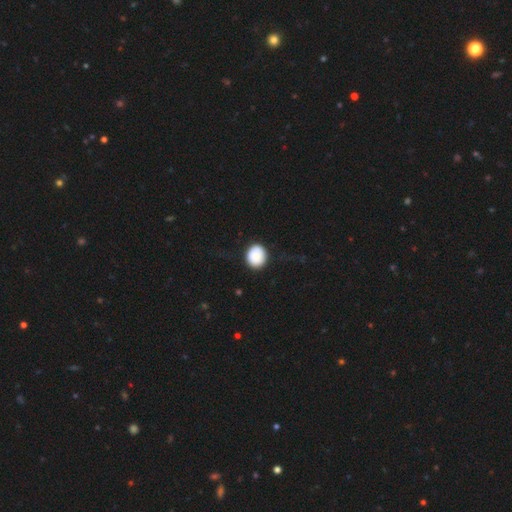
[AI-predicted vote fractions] smooth-or-featured: smooth: 88% | star or artifact: 7% | featured or disk: 5%
  how-rounded: round: 72% | in between: 27% | cigar-shaped: 1%
  merging: none: 82% | minor disturbance: 13% | major disturbance: 4% | merger: 1%